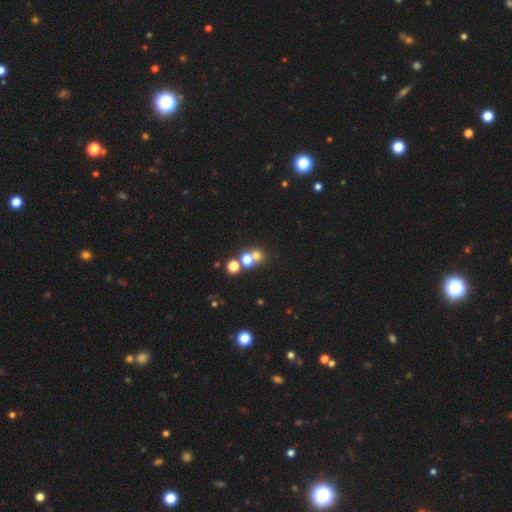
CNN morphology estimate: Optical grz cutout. It shows a smooth galaxy with no disk features (63%) that is round (81%). Merging: none (46%).